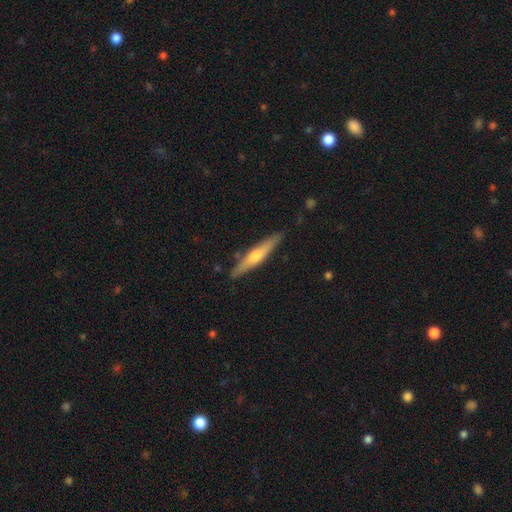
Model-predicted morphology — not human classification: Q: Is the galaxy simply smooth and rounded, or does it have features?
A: featured or disk — 55%.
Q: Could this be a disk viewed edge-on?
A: yes — 94%.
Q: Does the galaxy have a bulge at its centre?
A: rounded — 85%.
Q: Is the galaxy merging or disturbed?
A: none — 87%.